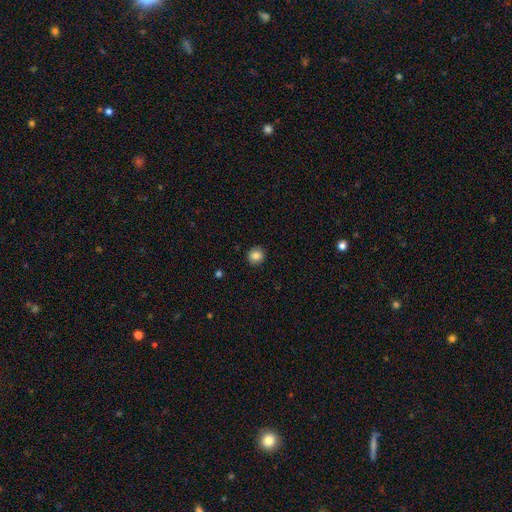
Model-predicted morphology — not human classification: Smooth or featured?
  - smooth: 84% *
  - star or artifact: 10%
  - featured or disk: 6%
How rounded?
  - round: 87% *
  - in between: 12%
  - cigar-shaped: 1%
Merging?
  - none: 90% *
  - minor disturbance: 7%
  - major disturbance: 2%
  - merger: 1%